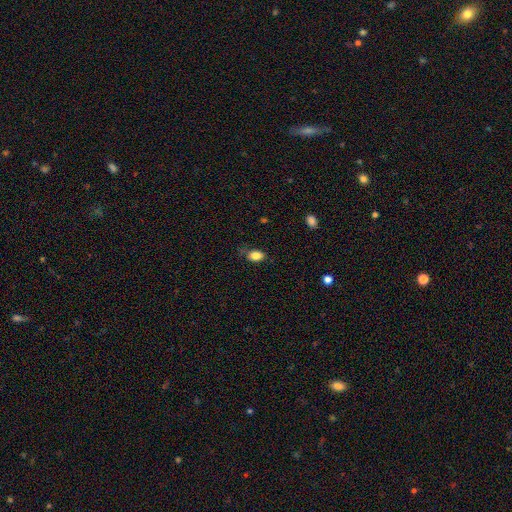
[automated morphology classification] Overall: smooth (84%). How rounded: in between (85%). Merging: none (68%).